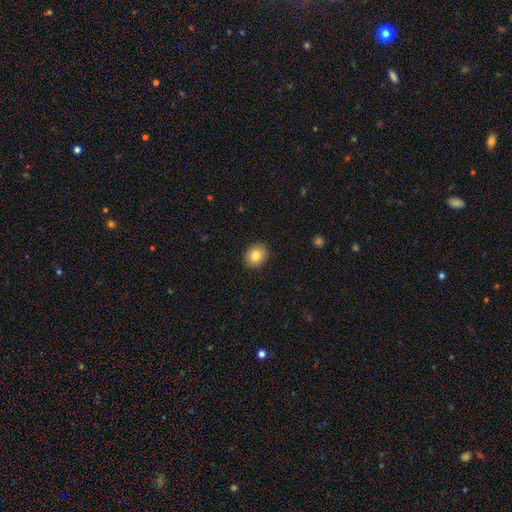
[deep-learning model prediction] This is clearly a smooth galaxy (83%). How rounded: likely round (62%). Merging: clearly none (90%).